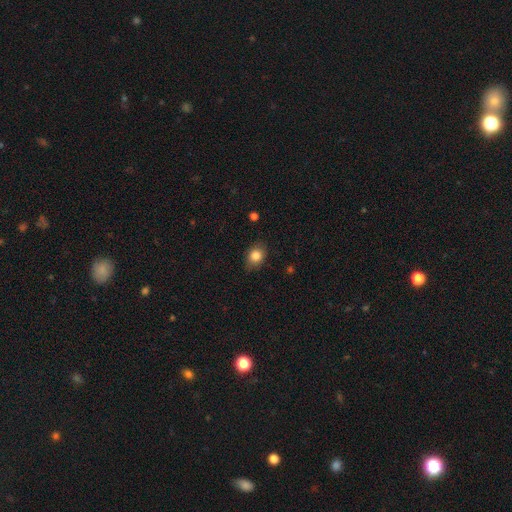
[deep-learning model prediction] Smooth or featured: smooth — 83% (star or artifact — 9%)
How rounded: in between — 63% (round — 35%)
Merging: none — 82% (minor disturbance — 14%)